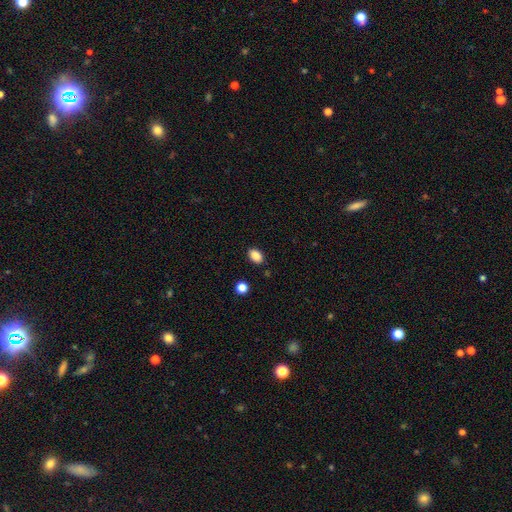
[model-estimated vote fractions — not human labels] Overall: smooth (88%). How rounded: in between (85%). Merging: none (87%).